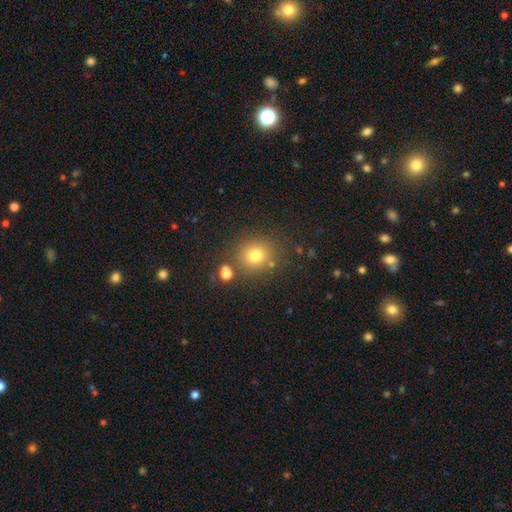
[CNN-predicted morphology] This is likely a smooth galaxy (74%). How rounded: clearly round (87%). Merging: likely none (80%).